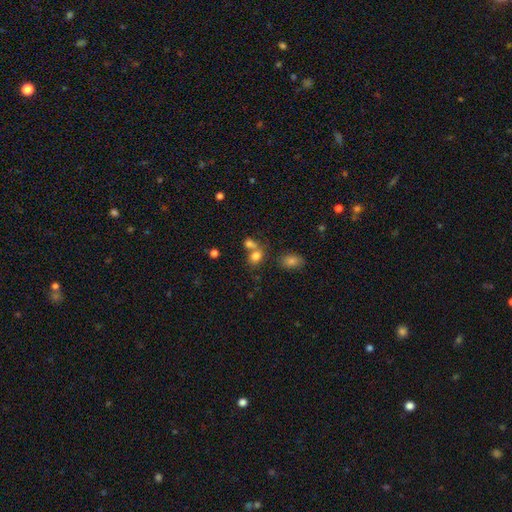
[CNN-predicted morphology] A smooth galaxy with no disk features (77%) that is in between round and cigar-shaped (55%). Merging: merger (44%).